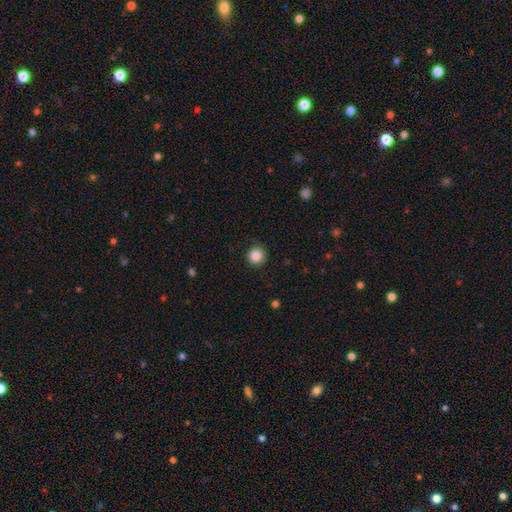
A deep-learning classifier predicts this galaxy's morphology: Smooth or featured? Predicted: smooth (p=0.87). How rounded? Predicted: round (p=0.94). Merging? Predicted: none (p=0.89).